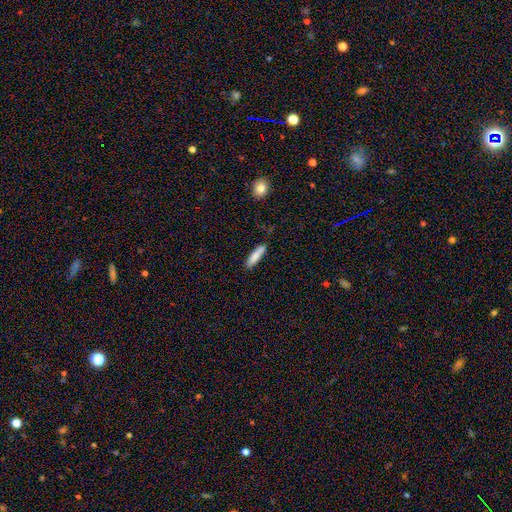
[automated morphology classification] This is clearly a smooth galaxy (83%). How rounded: likely cigar-shaped (78%). Merging: clearly none (84%).